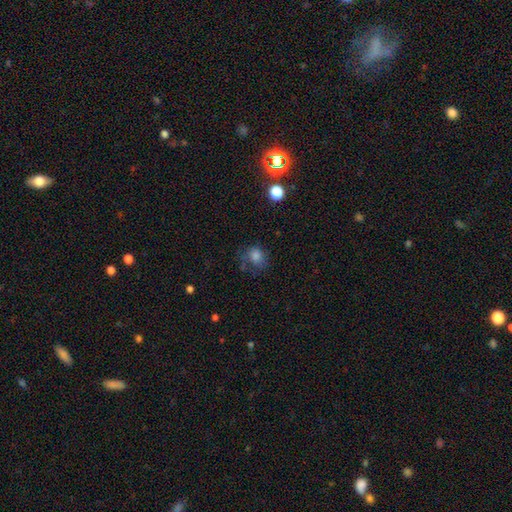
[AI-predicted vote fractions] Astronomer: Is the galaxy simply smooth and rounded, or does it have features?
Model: smooth — 69%.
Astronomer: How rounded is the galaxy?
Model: round — 60% (runner-up: in between, 38%).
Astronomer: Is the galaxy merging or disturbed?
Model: none — 49% (runner-up: minor disturbance, 25%).